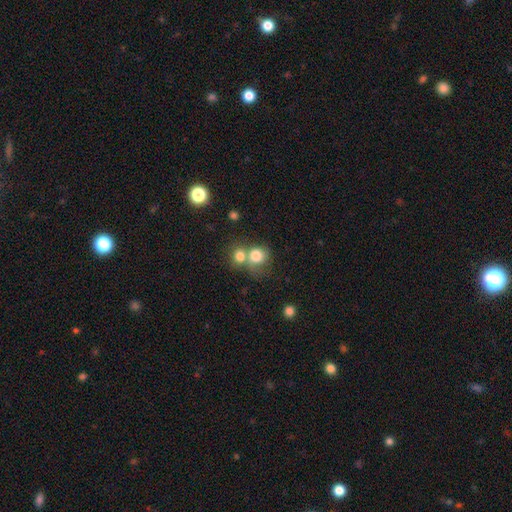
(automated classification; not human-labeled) This appears to be a smooth galaxy with no disk features (79%) that is round (77%). Merging: merger (52%).